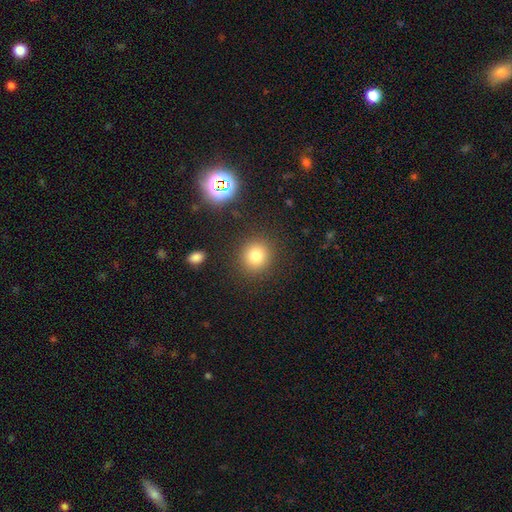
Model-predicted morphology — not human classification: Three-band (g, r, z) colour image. It shows a smooth galaxy with no disk features (78%) that is round (88%). Merging: none (88%).